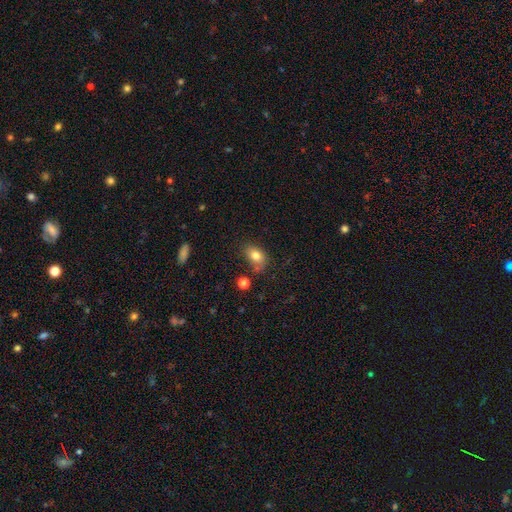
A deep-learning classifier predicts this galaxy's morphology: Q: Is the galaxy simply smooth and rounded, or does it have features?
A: smooth — 79%.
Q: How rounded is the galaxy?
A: in between — 80%.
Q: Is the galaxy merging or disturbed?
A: none — 57%.